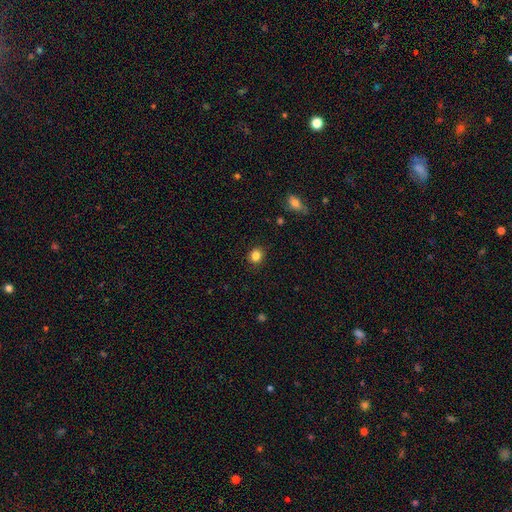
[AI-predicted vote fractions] The model was most divided on "how rounded": round: 77%, in between: 23%, cigar-shaped: 1%. More confident: merging — none (89%); smooth or featured — smooth (85%).